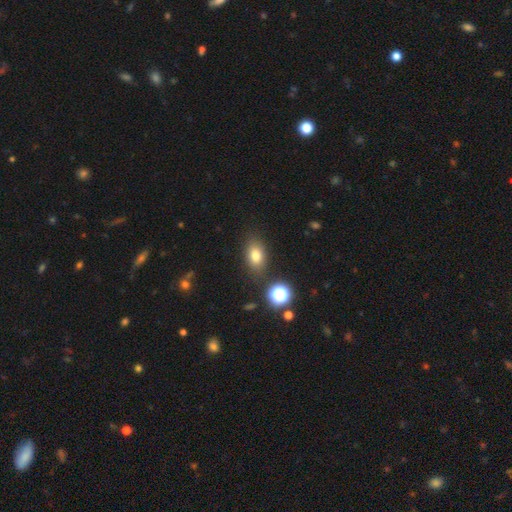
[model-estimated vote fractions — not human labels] smooth_or_featured: smooth (p=0.78) [alt: star or artifact p=0.13]
how_rounded: in between (p=0.79) [alt: round p=0.19]
merging: none (p=0.81) [alt: minor disturbance p=0.11]